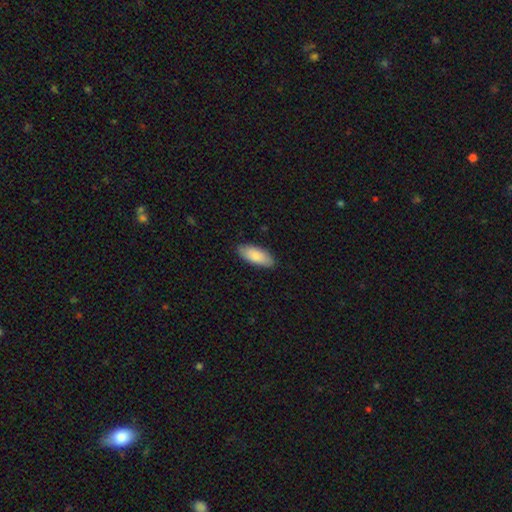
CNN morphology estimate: smooth 87%, featured or disk 8%, star or artifact 5%. Down the decision tree: how rounded — in between (83%); merging — none (88%).